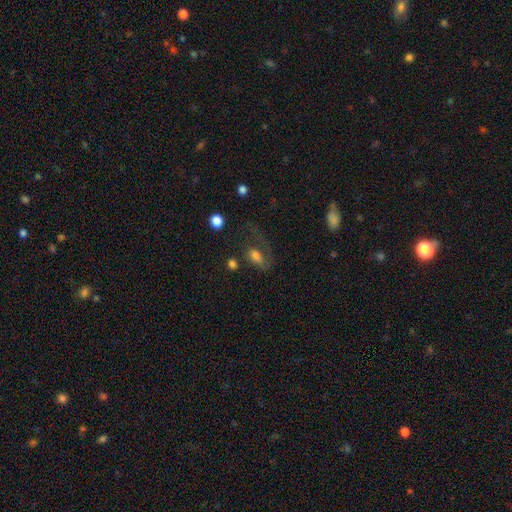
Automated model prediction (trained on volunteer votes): smooth_or_featured: smooth (p=0.53) [alt: featured or disk p=0.33]
how_rounded: in between (p=0.80) [alt: round p=0.14]
merging: major disturbance (p=0.42) [alt: none p=0.35]